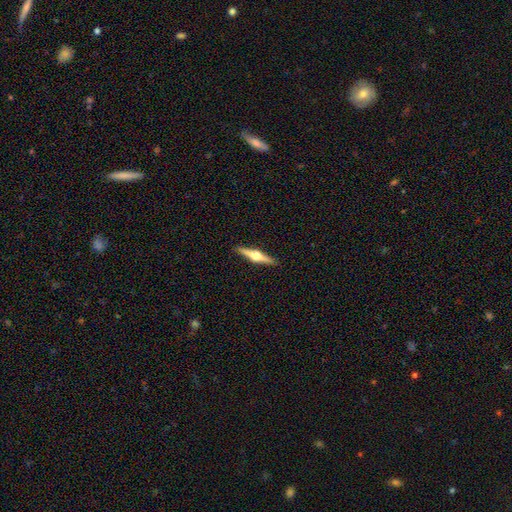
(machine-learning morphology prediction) Smooth or featured? featured or disk (77%)
Edge-on disk? yes (98%)
Edge-on bulge? rounded (95%)
Merging? none (91%)